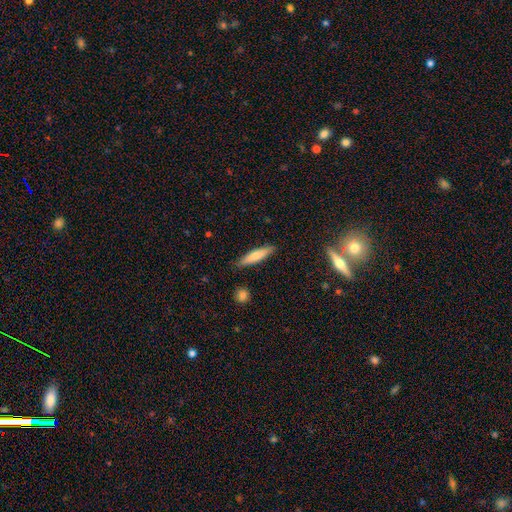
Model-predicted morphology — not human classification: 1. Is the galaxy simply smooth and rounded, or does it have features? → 66% smooth, 28% featured or disk, 6% star or artifact.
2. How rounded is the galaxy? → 80% cigar-shaped, 18% in between, 2% round.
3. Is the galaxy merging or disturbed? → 87% none, 9% minor disturbance, 2% major disturbance, 2% merger.